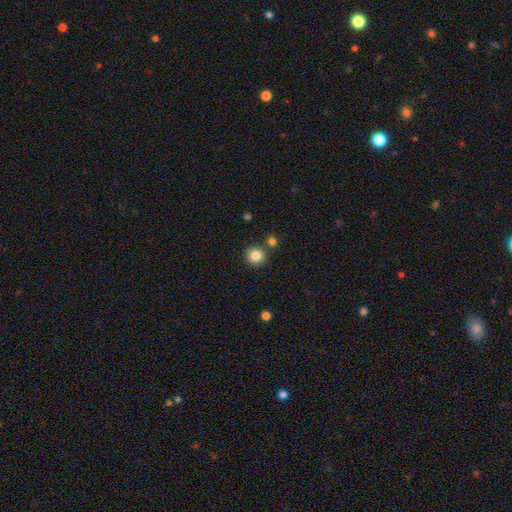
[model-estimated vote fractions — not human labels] Q: Smooth or featured?
A: smooth (85%); runner-up: star or artifact (10%)
Q: How rounded?
A: round (93%); runner-up: in between (6%)
Q: Merging?
A: none (83%); runner-up: merger (8%)